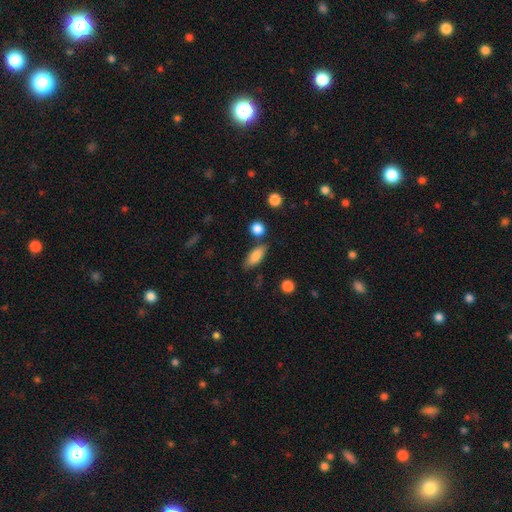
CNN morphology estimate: smooth 83%, featured or disk 10%, star or artifact 7%. Down the decision tree: how rounded — in between (77%); merging — none (76%).